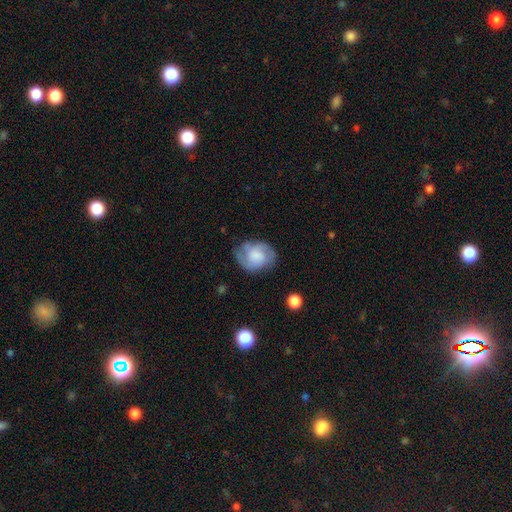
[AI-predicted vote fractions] smooth-or-featured: featured or disk: 53% | smooth: 39% | star or artifact: 8%
  disk-edge-on: no: 97% | yes: 3%
    bar: no: 66% | weak: 29% | strong: 5%
    has-spiral-arms: yes: 85% | no: 15%
    bulge-size: moderate: 25% | small: 24% | none: 24% | large: 23% | dominant: 4%
  merging: none: 66% | minor disturbance: 23% | major disturbance: 9% | merger: 2%